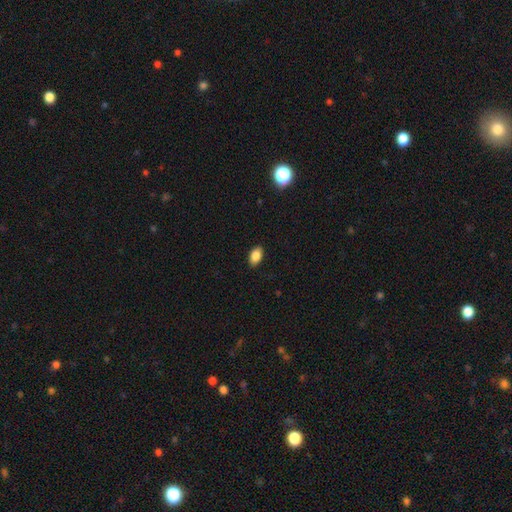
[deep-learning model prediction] The model was most divided on "smooth or featured": smooth: 87%, star or artifact: 8%, featured or disk: 5%. More confident: how rounded — in between (91%); merging — none (89%).